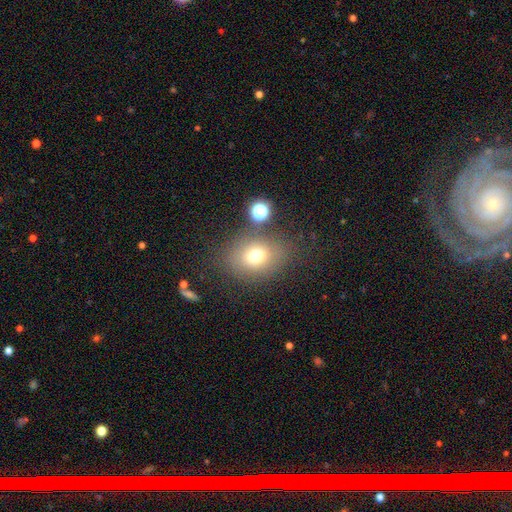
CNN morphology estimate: type=smooth (72%); roundness=in between (51%); merging=none (71%).